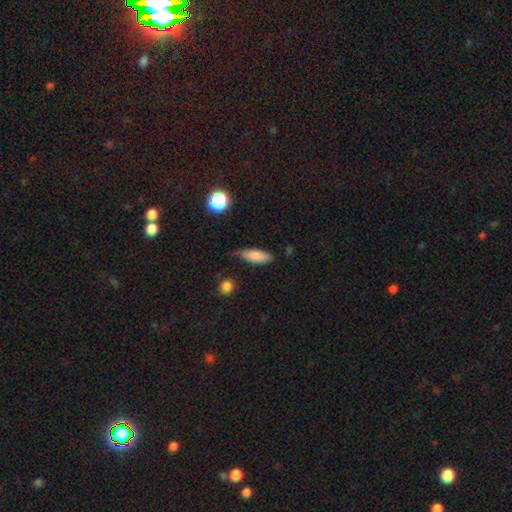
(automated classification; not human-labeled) This is clearly a smooth galaxy (82%). How rounded: likely in between (62%). Merging: likely none (64%).